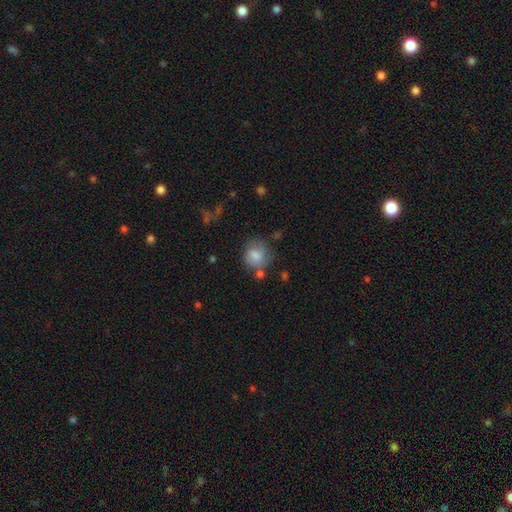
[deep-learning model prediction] Smooth or featured? smooth (73%)
How rounded? round (70%)
Merging? none (54%)